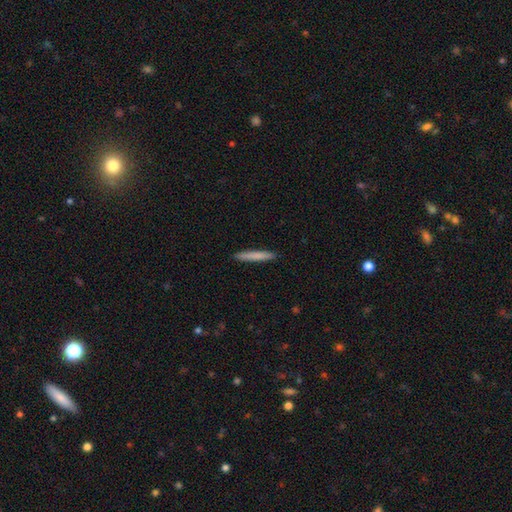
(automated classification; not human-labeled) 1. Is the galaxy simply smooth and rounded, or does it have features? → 79% smooth, 16% featured or disk, 5% star or artifact.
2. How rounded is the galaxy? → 96% cigar-shaped, 3% in between, 1% round.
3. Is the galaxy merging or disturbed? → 92% none, 6% minor disturbance, 1% major disturbance, 1% merger.